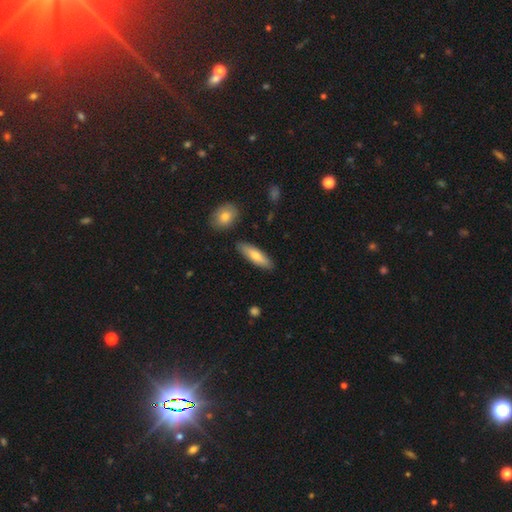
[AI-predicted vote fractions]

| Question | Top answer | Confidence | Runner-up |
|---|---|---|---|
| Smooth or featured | smooth | 71% | featured or disk (23%) |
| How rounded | cigar-shaped | 53% | in between (45%) |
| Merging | none | 86% | minor disturbance (9%) |